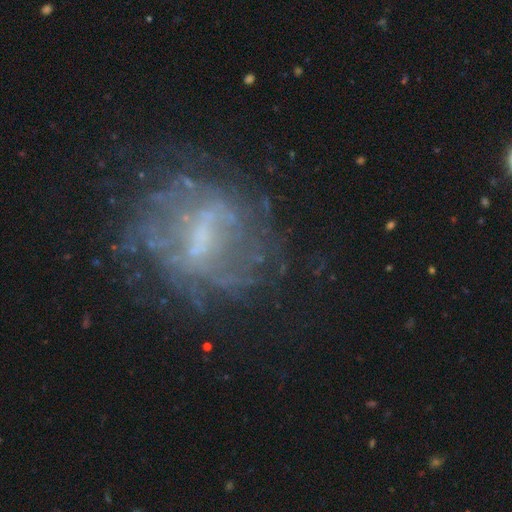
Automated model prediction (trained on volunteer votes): featured or disk 68%, smooth 16%, star or artifact 16%. Down the decision tree: edge-on disk — no (96%); bar — weak (44%); spiral arms — no (56%); bulge size — small (42%); merging — none (58%).